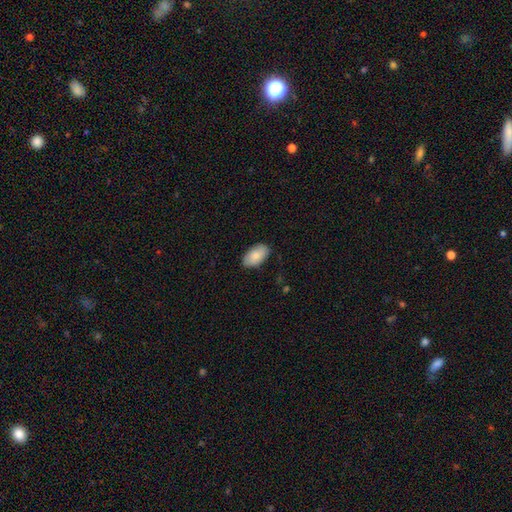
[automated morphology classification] This is clearly a smooth galaxy (84%). How rounded: clearly in between (95%). Merging: clearly none (84%).